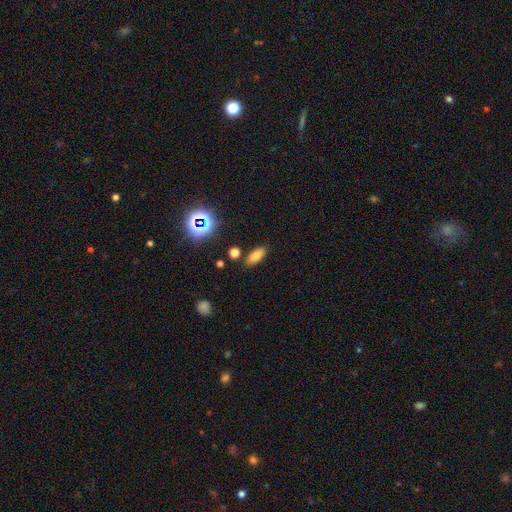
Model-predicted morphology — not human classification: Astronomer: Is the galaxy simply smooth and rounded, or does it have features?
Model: smooth — 74%.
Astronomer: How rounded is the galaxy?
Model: in between — 78%.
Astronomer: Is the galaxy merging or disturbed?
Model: none — 84%.